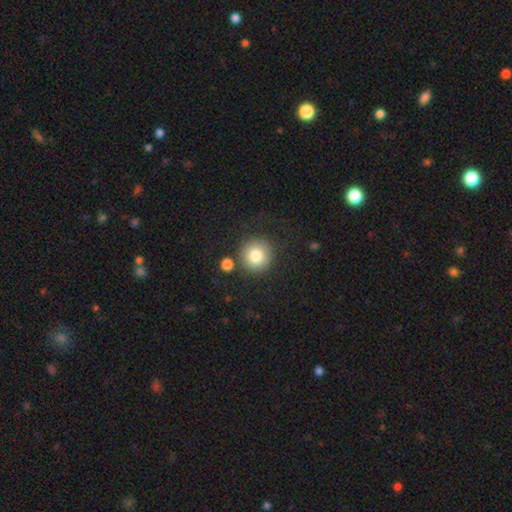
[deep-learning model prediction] Q: Smooth or featured?
A: smooth (82%); runner-up: star or artifact (10%)
Q: How rounded?
A: round (94%); runner-up: in between (5%)
Q: Merging?
A: none (83%); runner-up: minor disturbance (8%)